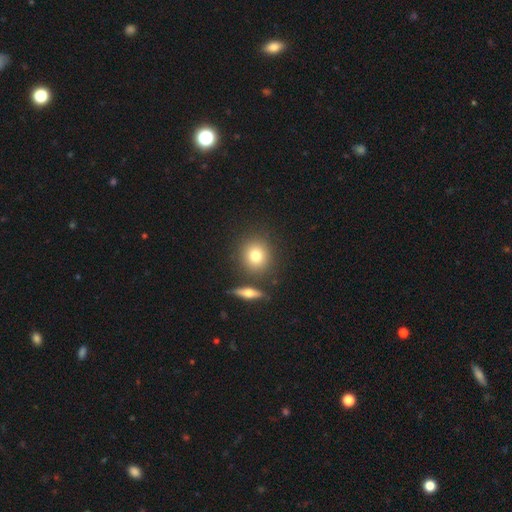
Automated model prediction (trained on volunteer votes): smooth_or_featured: smooth (p=0.77) [alt: featured or disk p=0.13]
how_rounded: round (p=0.84) [alt: in between p=0.15]
merging: none (p=0.80) [alt: merger p=0.09]